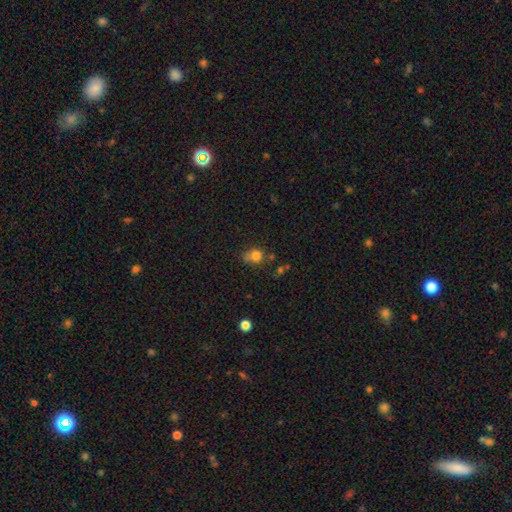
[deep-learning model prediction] Overall: smooth (79%). How rounded: round (55%; in between 43%). Merging: none (45%; minor disturbance 32%).